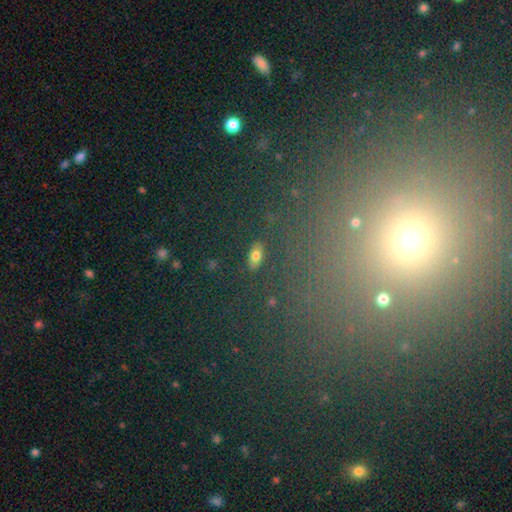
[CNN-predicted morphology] This appears to be a smooth galaxy with no disk features (73%) that is in between round and cigar-shaped (88%). Merging: none (88%).